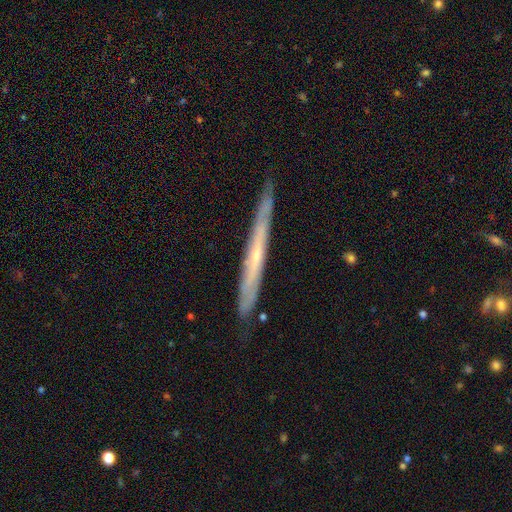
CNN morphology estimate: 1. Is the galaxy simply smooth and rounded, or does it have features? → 69% featured or disk, 25% smooth, 6% star or artifact.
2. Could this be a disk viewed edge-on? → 92% yes, 8% no.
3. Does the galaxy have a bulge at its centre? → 60% none, 37% rounded, 3% boxy.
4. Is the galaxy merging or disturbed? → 83% none, 14% minor disturbance, 2% major disturbance, 1% merger.